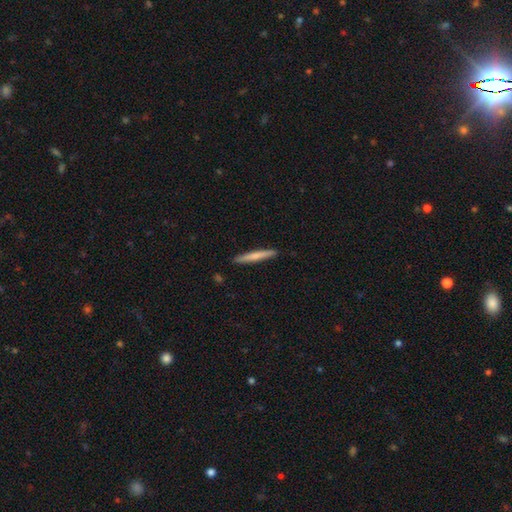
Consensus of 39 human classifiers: Smooth or featured: smooth — 74% (featured or disk — 23%)
How rounded: cigar-shaped — 93% (in between — 7%)
Merging: none — 97% (merger — 3%)